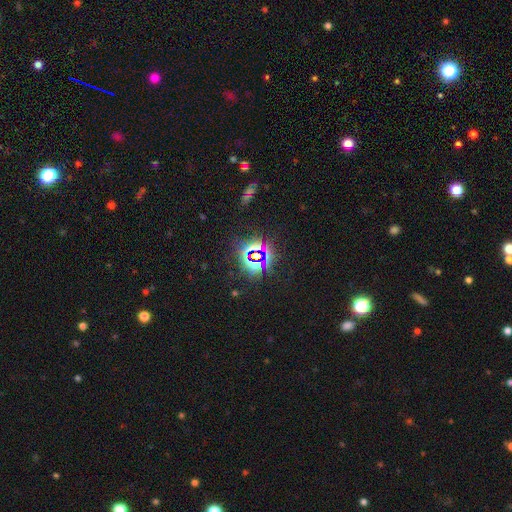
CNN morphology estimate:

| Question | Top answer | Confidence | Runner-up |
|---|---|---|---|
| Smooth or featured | star or artifact | 82% | smooth (10%) |